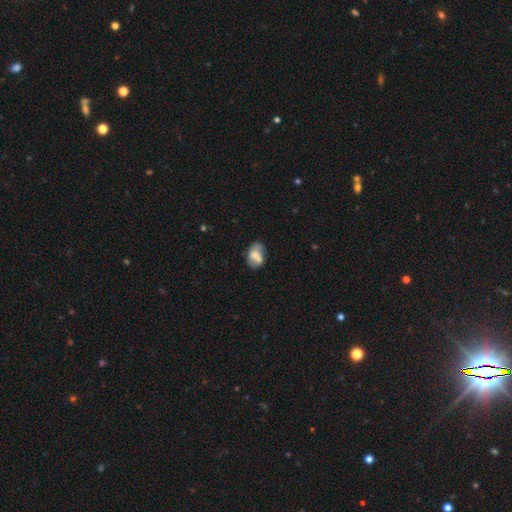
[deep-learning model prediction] Overall: smooth (51%; featured or disk 41%). How rounded: in between (79%). Merging: none (44%; minor disturbance 26%).